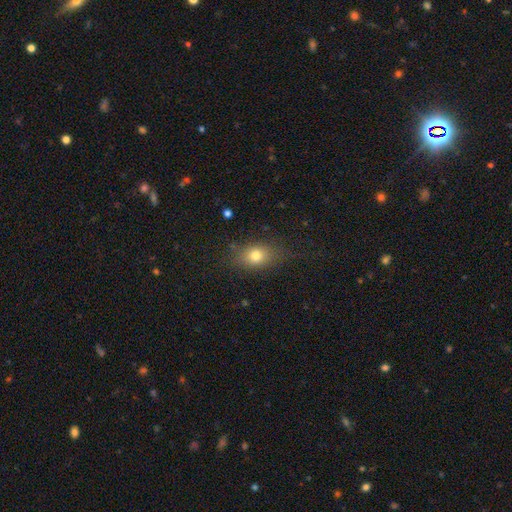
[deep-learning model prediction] This appears to be a smooth galaxy with no disk features (76%) that is in between round and cigar-shaped (62%). Merging: none (74%).